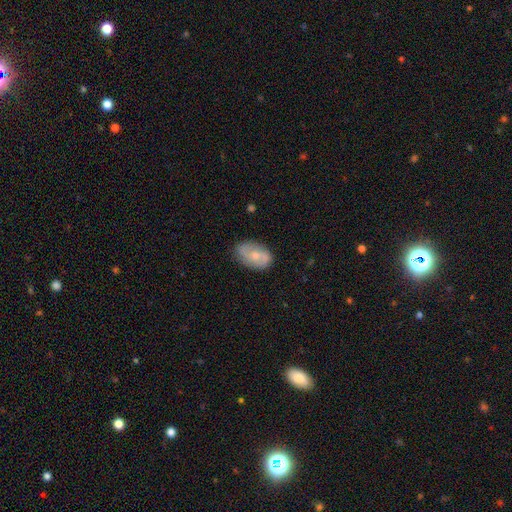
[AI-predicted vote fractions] smooth 49%, featured or disk 44%, star or artifact 7%. Down the decision tree: merging — none (74%).